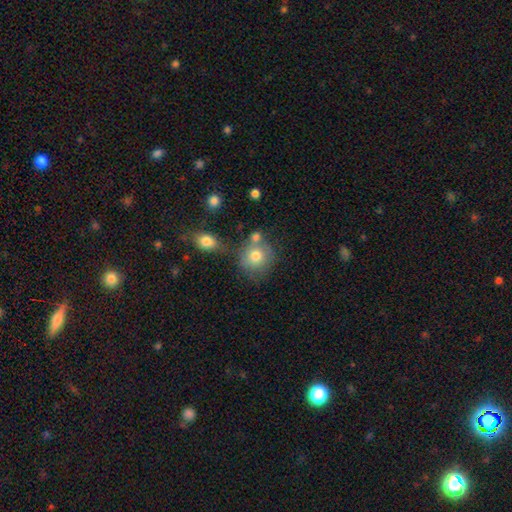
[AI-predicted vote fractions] smooth-or-featured: smooth: 76% | featured or disk: 15% | star or artifact: 10%
  how-rounded: round: 85% | in between: 14% | cigar-shaped: 1%
  merging: none: 57% | merger: 22% | minor disturbance: 15% | major disturbance: 6%